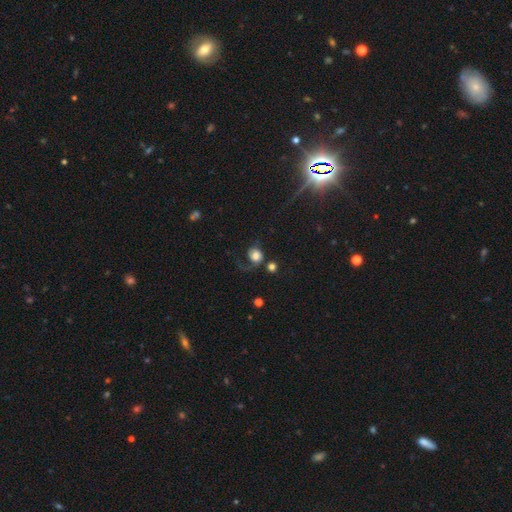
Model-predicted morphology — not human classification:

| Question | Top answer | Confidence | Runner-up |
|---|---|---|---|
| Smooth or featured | smooth | 58% | featured or disk (31%) |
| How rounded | round | 74% | in between (25%) |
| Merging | major disturbance | 39% | none (35%) |